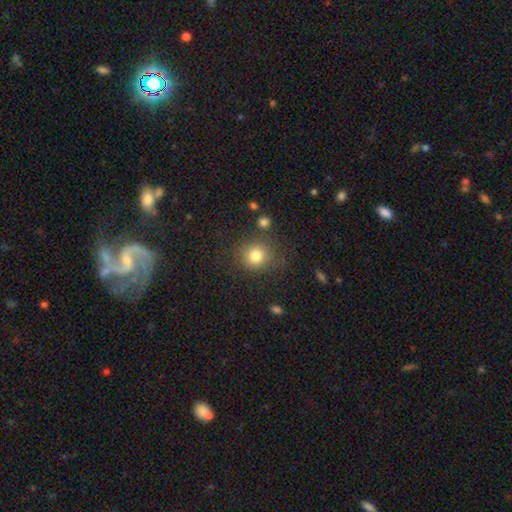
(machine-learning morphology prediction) smooth-or-featured: smooth: 81% | star or artifact: 12% | featured or disk: 8%
  how-rounded: round: 86% | in between: 13% | cigar-shaped: 1%
  merging: none: 79% | minor disturbance: 12% | major disturbance: 5% | merger: 4%